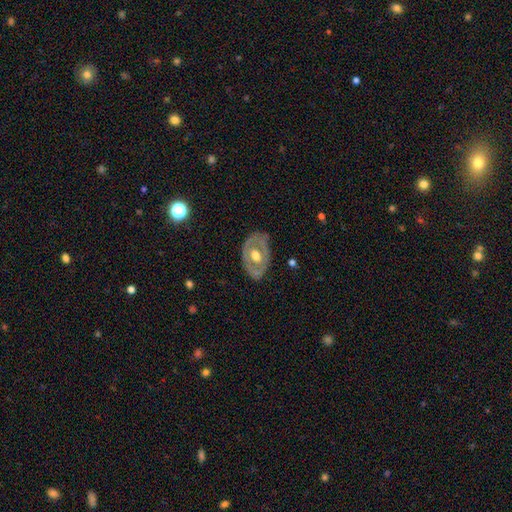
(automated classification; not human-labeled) Smooth or featured? featured or disk (61%)
Edge-on disk? no (91%)
Bar? no (80%)
Spiral arms? no (82%)
Bulge size? moderate (68%)
Merging? none (73%)